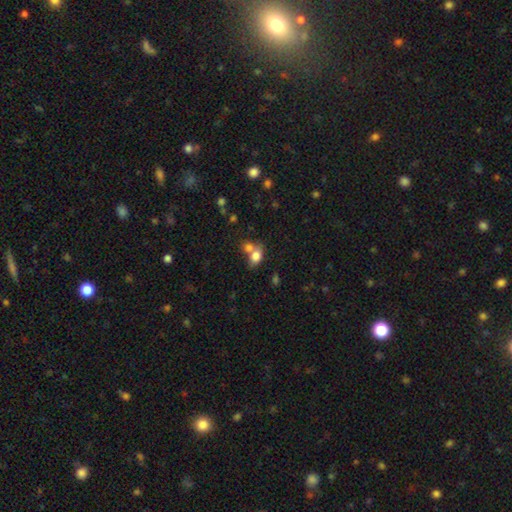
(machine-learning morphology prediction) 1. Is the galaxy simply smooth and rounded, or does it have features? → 78% smooth, 12% featured or disk, 10% star or artifact.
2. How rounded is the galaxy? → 75% in between, 23% round, 2% cigar-shaped.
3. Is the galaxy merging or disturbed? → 50% merger, 35% none, 10% minor disturbance, 5% major disturbance.